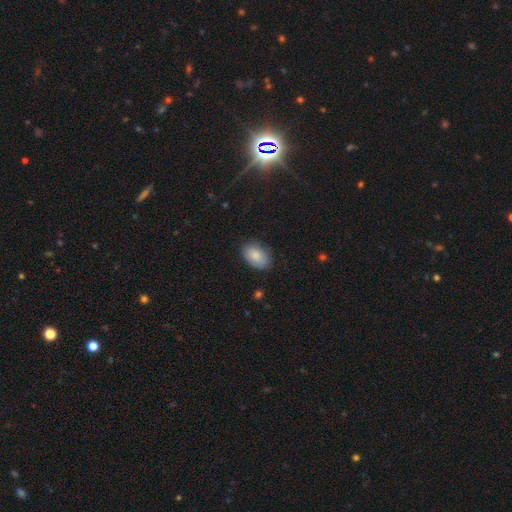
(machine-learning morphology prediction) Smooth or featured? Predicted: smooth (p=0.84). How rounded? Predicted: in between (p=0.89). Merging? Predicted: none (p=0.79).